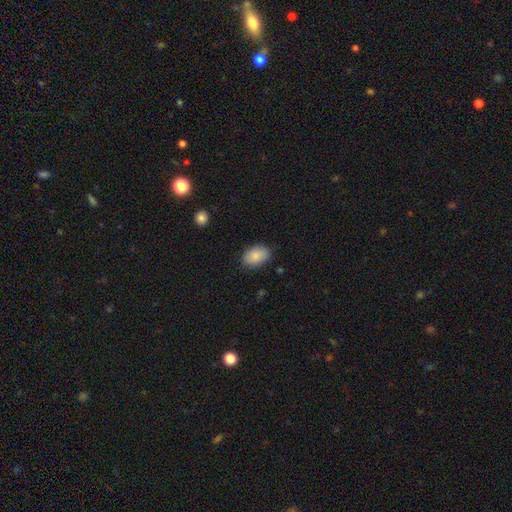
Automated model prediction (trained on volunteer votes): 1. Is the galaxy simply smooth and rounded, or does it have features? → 87% smooth, 7% star or artifact, 6% featured or disk.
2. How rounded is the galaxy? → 86% in between, 13% round, 1% cigar-shaped.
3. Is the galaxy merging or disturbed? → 84% none, 12% minor disturbance, 3% major disturbance, 1% merger.